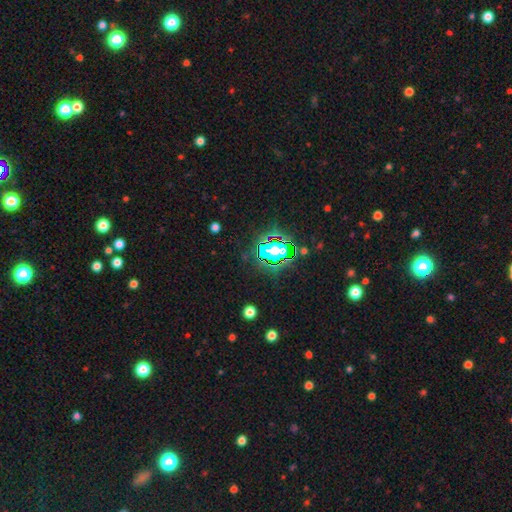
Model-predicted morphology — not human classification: Smooth or featured: star or artifact — 82% (smooth — 11%)